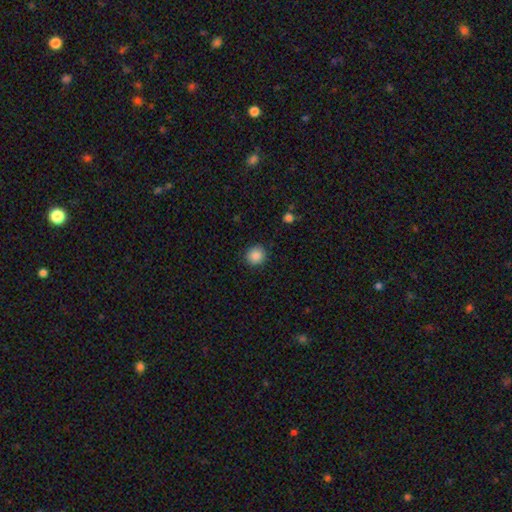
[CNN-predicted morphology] A smooth galaxy with no disk features (87%) that is round (90%).

Vote fractions:
- Smooth or featured? smooth: 87% / star or artifact: 9% / featured or disk: 4%
- How rounded? round: 90% / in between: 9% / cigar-shaped: 1%
- Merging? none: 90% / minor disturbance: 7% / major disturbance: 2% / merger: 1%